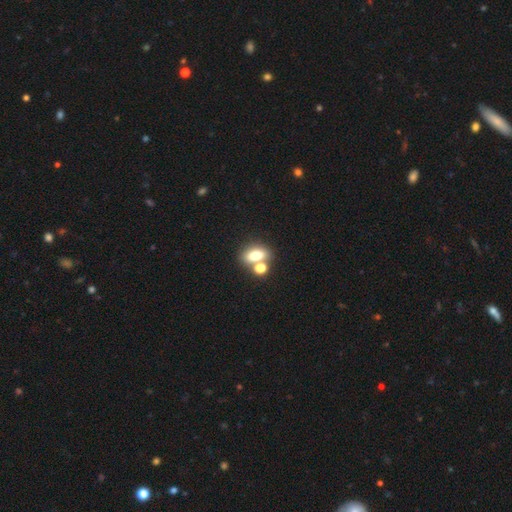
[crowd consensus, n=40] Smooth or featured?
  - smooth: 78% *
  - featured or disk: 20%
  - star or artifact: 2%
How rounded?
  - in between: 90% *
  - round: 10%
  - cigar-shaped: 0%
Merging?
  - merger: 49% *
  - none: 38%
  - minor disturbance: 8%
  - major disturbance: 5%